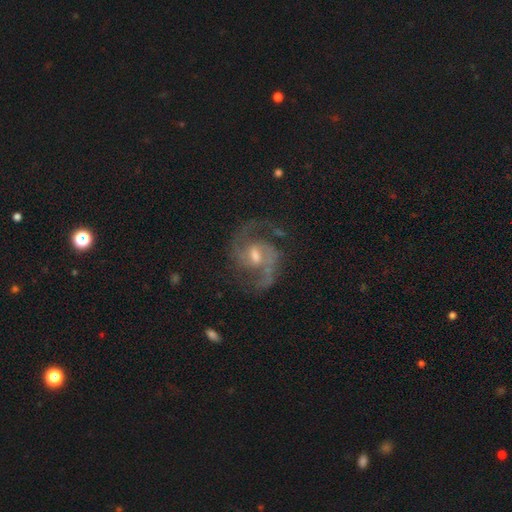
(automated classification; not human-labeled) This appears to be a featured or disk galaxy (90%) with a weak bar (55%), 2 (91%) medium (64%) spiral arms (98%) and a moderate central bulge (56%). Merging: none (75%).